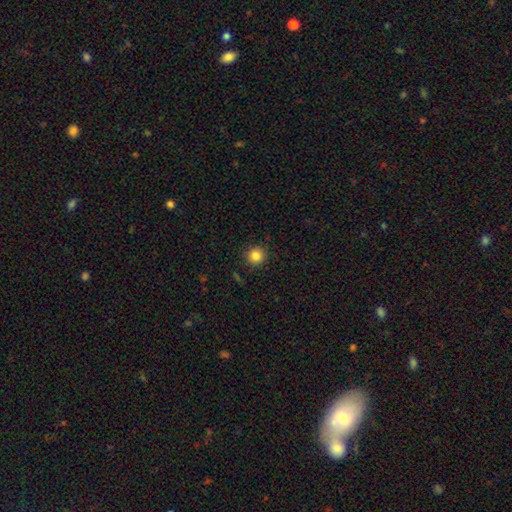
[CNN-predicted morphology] This appears to be a smooth galaxy with no disk features (85%) that is round (94%). Merging: none (90%).